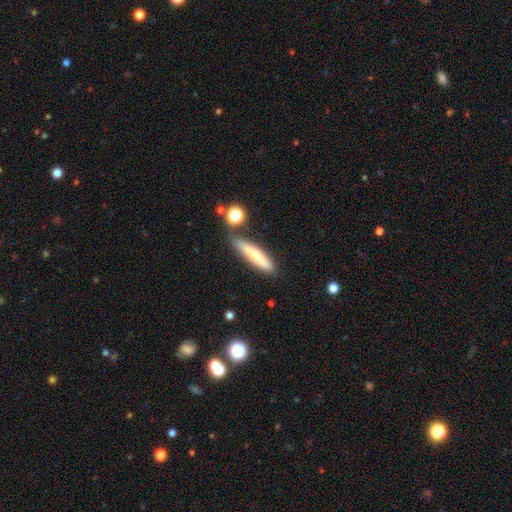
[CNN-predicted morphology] Smooth or featured?
  - smooth: 66% *
  - featured or disk: 26%
  - star or artifact: 7%
How rounded?
  - cigar-shaped: 87% *
  - in between: 11%
  - round: 2%
Merging?
  - none: 72% *
  - minor disturbance: 16%
  - merger: 7%
  - major disturbance: 4%